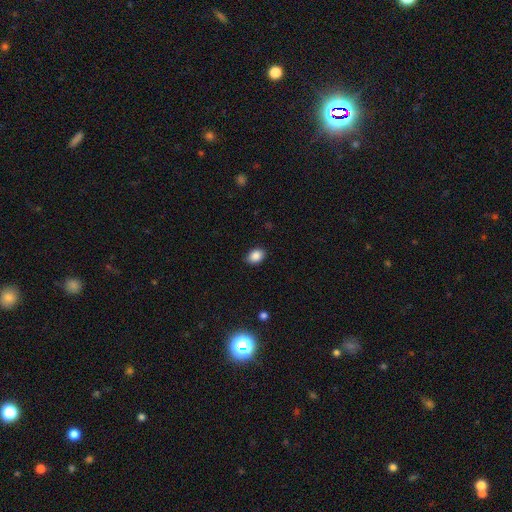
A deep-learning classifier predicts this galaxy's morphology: A smooth galaxy with no disk features (87%) that is in between round and cigar-shaped (74%).

Vote fractions:
- Smooth or featured? smooth: 87% / star or artifact: 9% / featured or disk: 4%
- How rounded? in between: 74% / round: 25% / cigar-shaped: 1%
- Merging? none: 86% / minor disturbance: 10% / major disturbance: 2% / merger: 1%